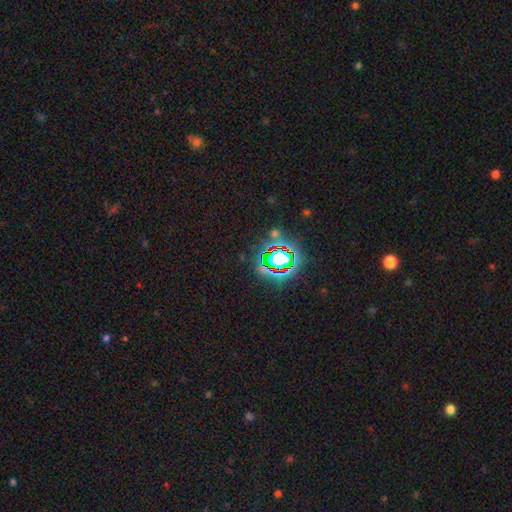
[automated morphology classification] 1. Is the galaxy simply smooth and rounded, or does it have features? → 79% star or artifact, 13% smooth, 8% featured or disk.